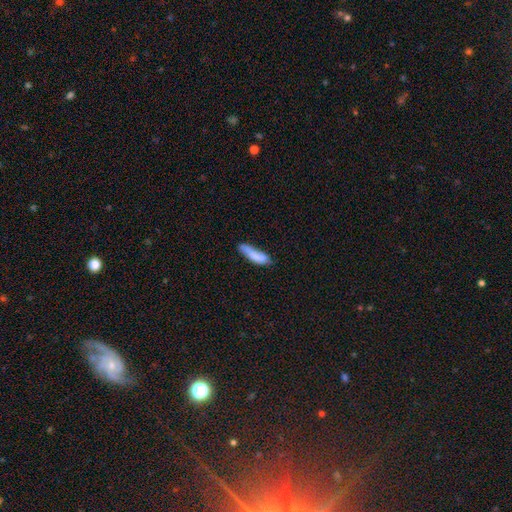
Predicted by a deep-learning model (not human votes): A smooth galaxy with no disk features (77%) that is cigar-shaped (68%). Merging: none (51%).